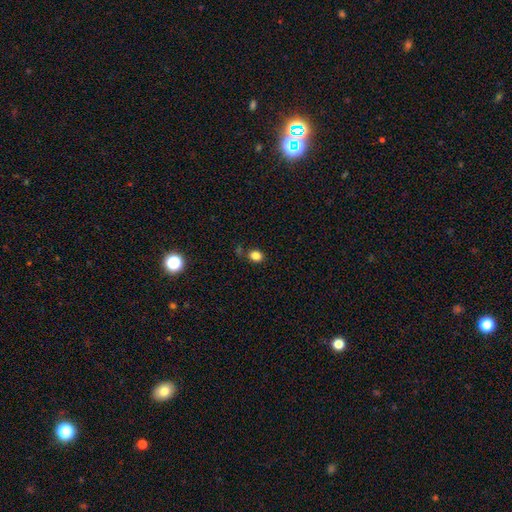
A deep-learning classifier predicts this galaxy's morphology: smooth 82%, star or artifact 13%, featured or disk 5%. Down the decision tree: how rounded — round (56%); merging — none (76%).